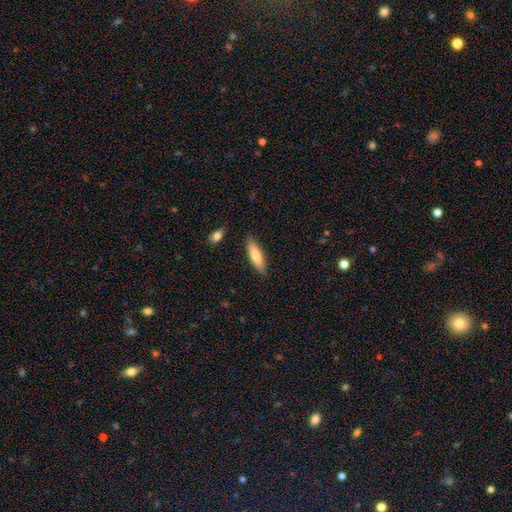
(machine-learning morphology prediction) A smooth galaxy with no disk features (77%) that is cigar-shaped (65%). Merging: none (85%).